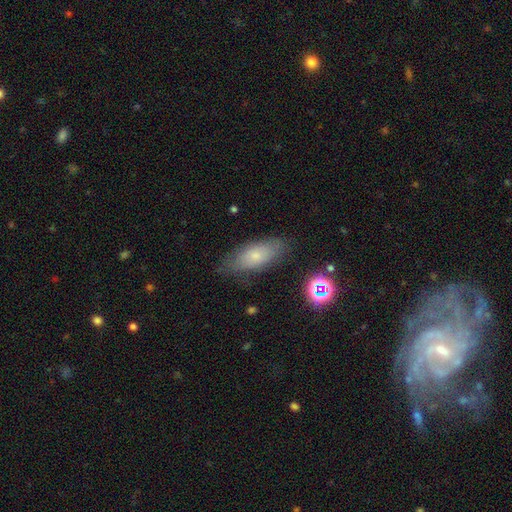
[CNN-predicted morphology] This appears to be a smooth galaxy with no disk features (69%) that is in between round and cigar-shaped (80%). Merging: none (76%).